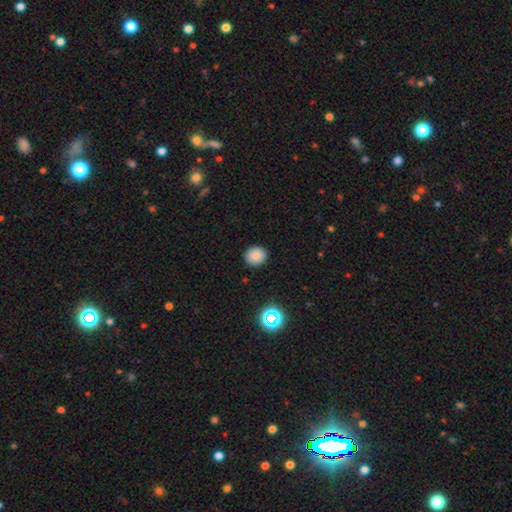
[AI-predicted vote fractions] This is clearly a smooth galaxy (83%). How rounded: clearly round (84%). Merging: clearly none (90%).